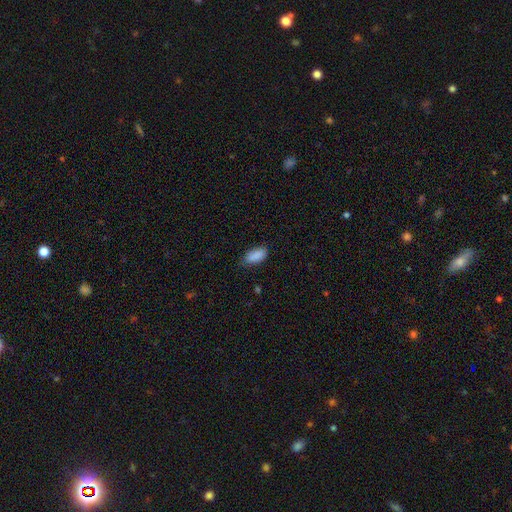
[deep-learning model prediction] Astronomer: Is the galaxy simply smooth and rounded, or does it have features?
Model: smooth — 89%.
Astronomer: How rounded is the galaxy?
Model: in between — 89%.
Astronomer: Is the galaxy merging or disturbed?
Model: none — 77%.